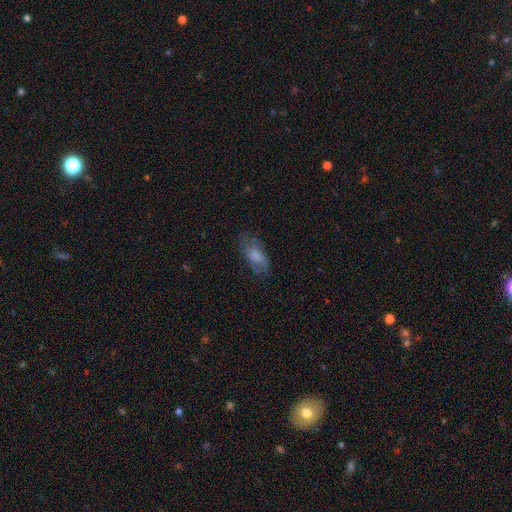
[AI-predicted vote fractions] This is likely a smooth galaxy (67%). How rounded: clearly in between (87%). Merging: possibly none (54%).